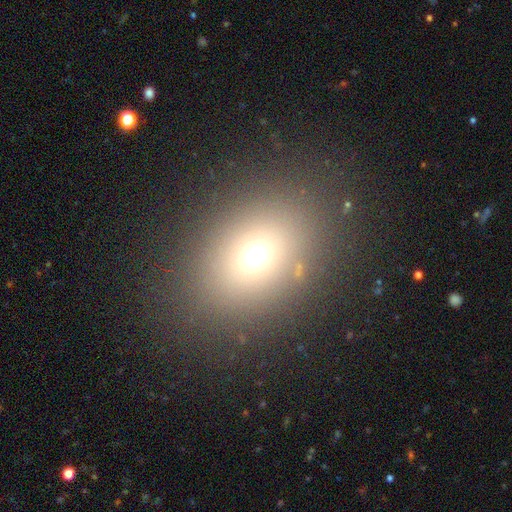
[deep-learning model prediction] Smooth or featured? Predicted: smooth (p=0.67). How rounded? Predicted: in between (p=0.56). Merging? Predicted: none (p=0.85).